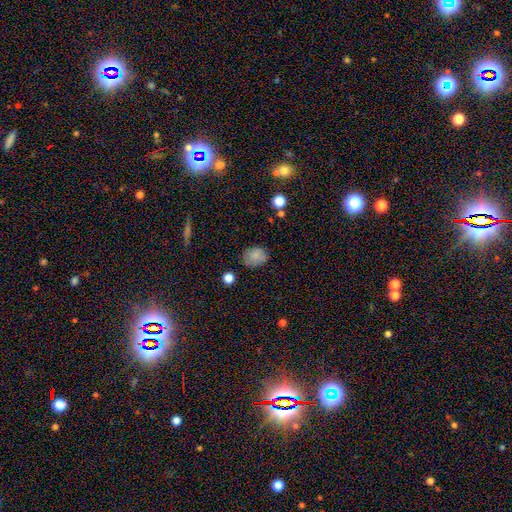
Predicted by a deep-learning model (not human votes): Smooth or featured?
  - smooth: 80% *
  - star or artifact: 11%
  - featured or disk: 9%
How rounded?
  - in between: 52% *
  - round: 47%
  - cigar-shaped: 1%
Merging?
  - none: 74% *
  - minor disturbance: 19%
  - major disturbance: 5%
  - merger: 2%